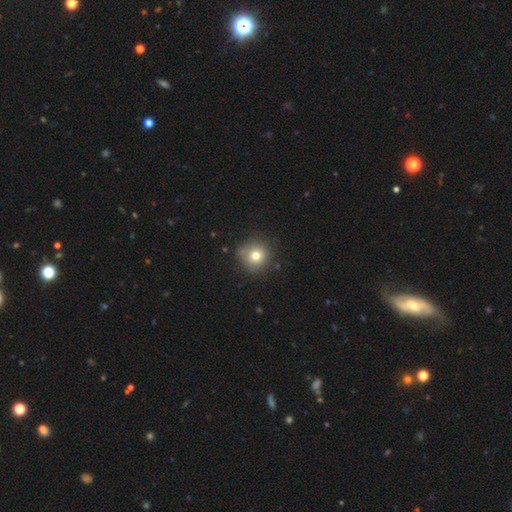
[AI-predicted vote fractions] Morphology: type=smooth (76%); roundness=round (92%); merging=none (81%).